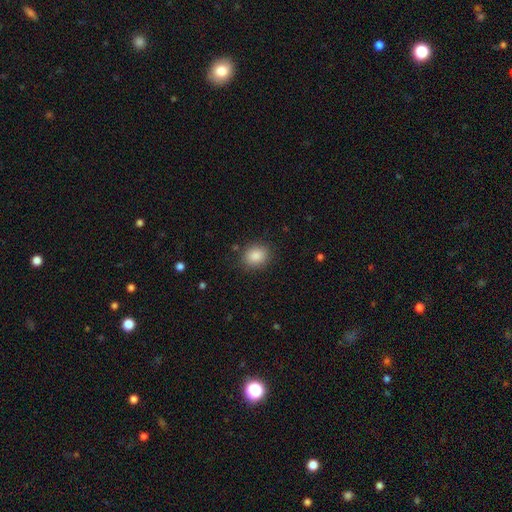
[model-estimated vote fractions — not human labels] Smooth or featured?
  - smooth: 87% *
  - star or artifact: 9%
  - featured or disk: 5%
How rounded?
  - round: 57% *
  - in between: 42%
  - cigar-shaped: 1%
Merging?
  - none: 85% *
  - minor disturbance: 10%
  - major disturbance: 3%
  - merger: 1%